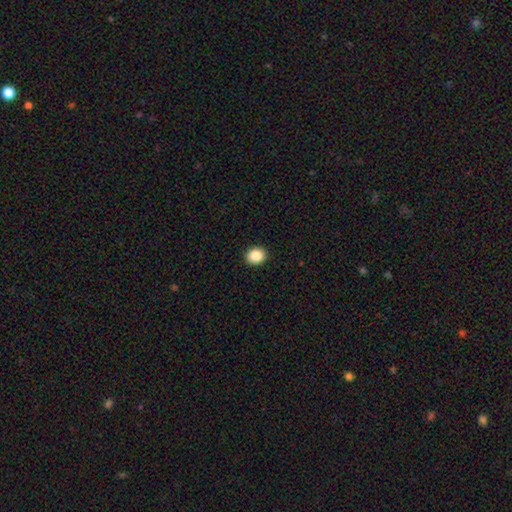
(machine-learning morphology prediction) Smooth or featured? Predicted: smooth (p=0.87). How rounded? Predicted: round (p=0.69). Merging? Predicted: none (p=0.92).